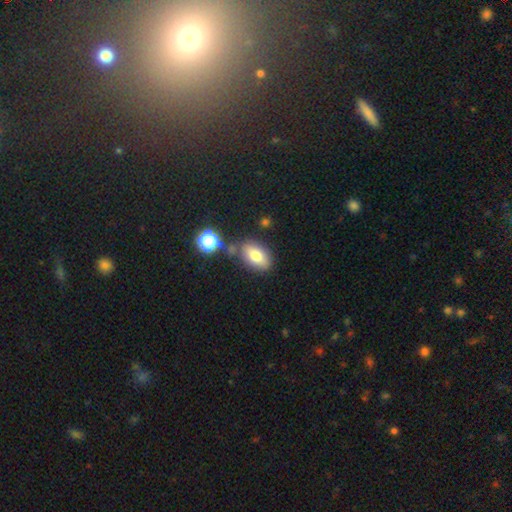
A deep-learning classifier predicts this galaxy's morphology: Smooth or featured?
  - smooth: 77% *
  - featured or disk: 13%
  - star or artifact: 10%
How rounded?
  - in between: 88% *
  - round: 9%
  - cigar-shaped: 3%
Merging?
  - none: 73% *
  - minor disturbance: 13%
  - merger: 10%
  - major disturbance: 4%